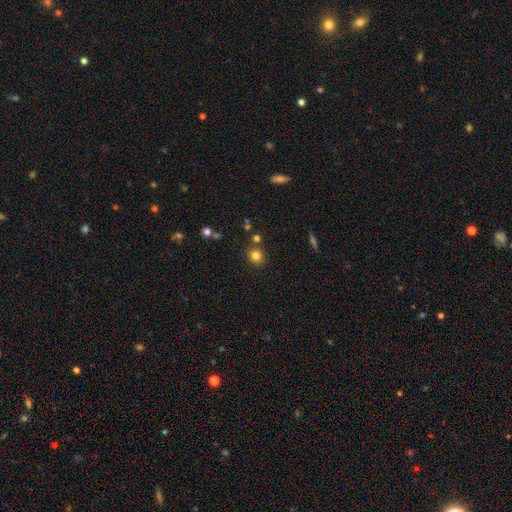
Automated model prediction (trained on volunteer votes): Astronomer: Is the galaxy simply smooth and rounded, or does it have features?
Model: smooth — 80%.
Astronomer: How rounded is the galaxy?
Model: round — 86%.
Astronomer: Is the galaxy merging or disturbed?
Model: none — 82%.